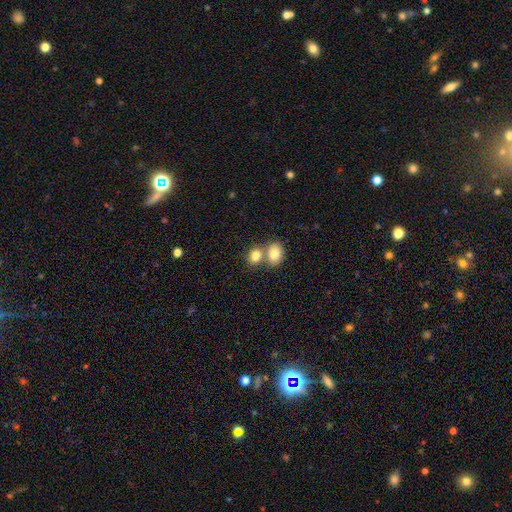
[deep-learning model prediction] A smooth galaxy with no disk features (81%) that is in between round and cigar-shaped (53%).

Vote fractions:
- Smooth or featured? smooth: 81% / featured or disk: 10% / star or artifact: 9%
- How rounded? in between: 53% / round: 46% / cigar-shaped: 1%
- Merging? merger: 54% / none: 36% / minor disturbance: 7% / major disturbance: 3%